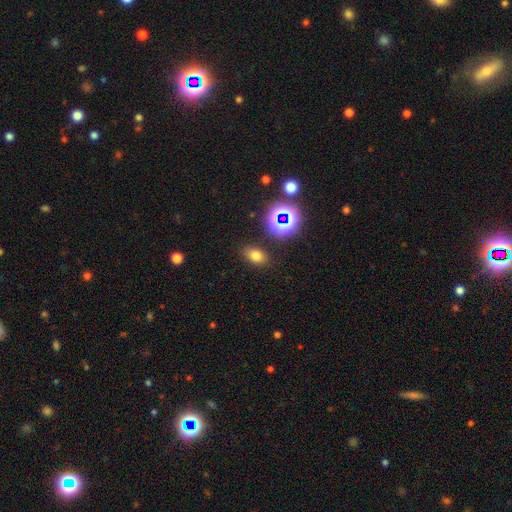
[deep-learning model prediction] A smooth galaxy with no disk features (70%) that is in between round and cigar-shaped (80%).

Vote fractions:
- Smooth or featured? smooth: 70% / star or artifact: 21% / featured or disk: 9%
- How rounded? in between: 80% / round: 19% / cigar-shaped: 2%
- Merging? none: 85% / minor disturbance: 9% / major disturbance: 3% / merger: 3%